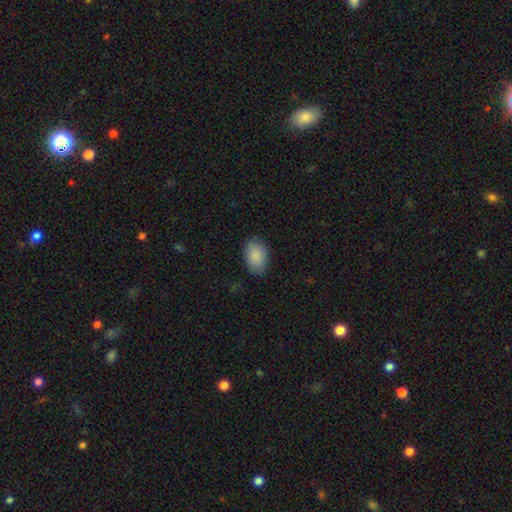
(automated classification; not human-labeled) Smooth or featured?
  - smooth: 89% *
  - star or artifact: 7%
  - featured or disk: 5%
How rounded?
  - in between: 86% *
  - round: 13%
  - cigar-shaped: 1%
Merging?
  - none: 81% *
  - minor disturbance: 15%
  - major disturbance: 3%
  - merger: 1%